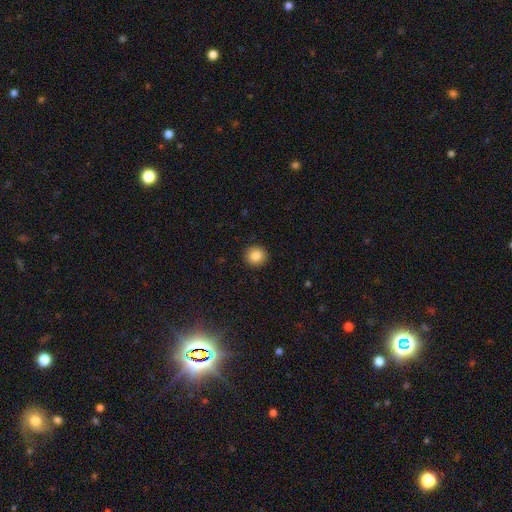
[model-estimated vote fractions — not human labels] Overall: smooth (85%). How rounded: round (92%). Merging: none (92%).